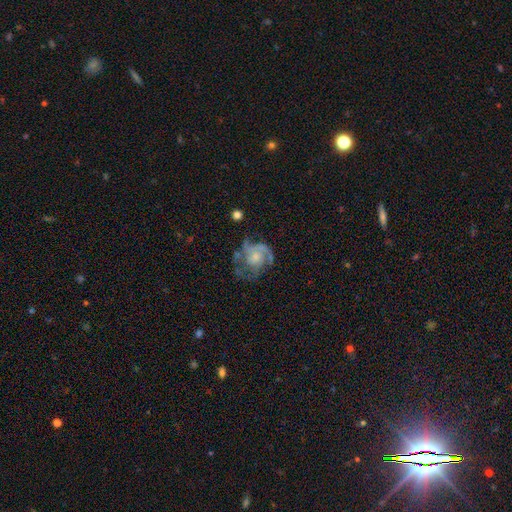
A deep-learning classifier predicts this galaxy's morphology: smooth_or_featured: featured or disk (p=0.76) [alt: smooth p=0.17]
disk_edge_on: no (p=0.98) [alt: yes p=0.02]
bar: no (p=0.75) [alt: weak p=0.22]
has_spiral_arms: yes (p=0.86) [alt: no p=0.14]
spiral_winding: medium (p=0.44) [alt: tight p=0.38]
spiral_arm_count: 3 (p=0.29) [alt: can't tell p=0.27]
bulge_size: small (p=0.41) [alt: moderate p=0.37]
merging: none (p=0.46) [alt: major disturbance p=0.28]